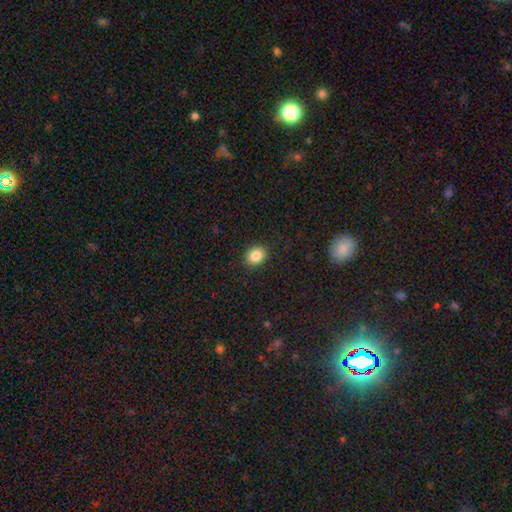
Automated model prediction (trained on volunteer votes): This is clearly a smooth galaxy (85%). How rounded: possibly round (55%). Merging: clearly none (90%).